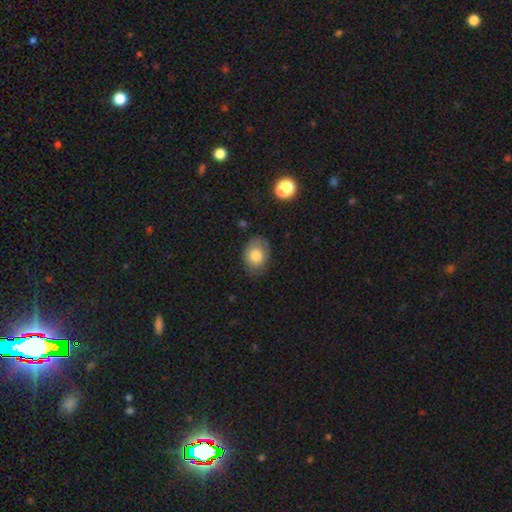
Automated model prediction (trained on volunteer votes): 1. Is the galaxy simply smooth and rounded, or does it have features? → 77% smooth, 14% featured or disk, 9% star or artifact.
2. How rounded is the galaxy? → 66% in between, 33% round, 1% cigar-shaped.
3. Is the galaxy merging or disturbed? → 74% none, 20% minor disturbance, 5% major disturbance, 2% merger.